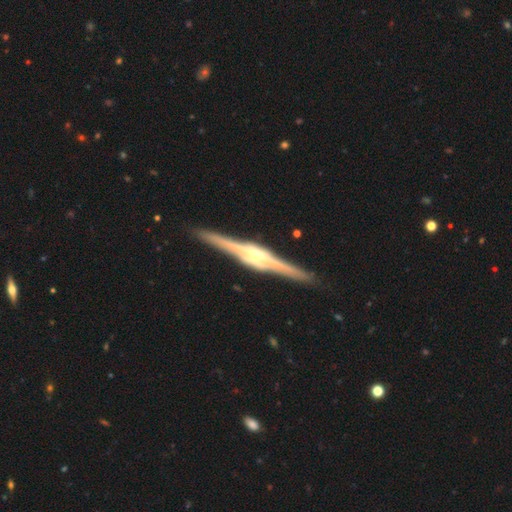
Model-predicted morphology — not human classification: smooth_or_featured: featured or disk (p=0.90) [alt: smooth p=0.05]
disk_edge_on: yes (p=0.98) [alt: no p=0.02]
edge_on_bulge: rounded (p=0.52) [alt: boxy p=0.43]
merging: none (p=0.91) [alt: minor disturbance p=0.06]